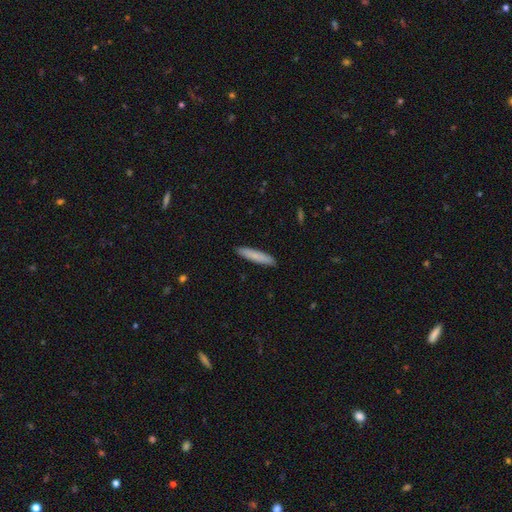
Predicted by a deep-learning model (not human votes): Smooth or featured? Predicted: smooth (p=0.80). How rounded? Predicted: cigar-shaped (p=0.92). Merging? Predicted: none (p=0.92).